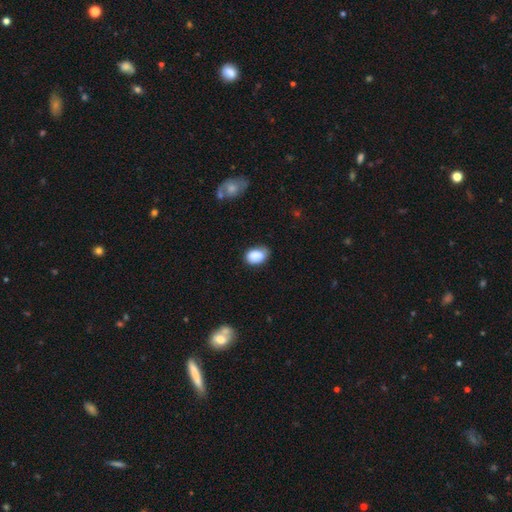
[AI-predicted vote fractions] A smooth galaxy with no disk features (86%) that is in between round and cigar-shaped (80%). Merging: none (63%).